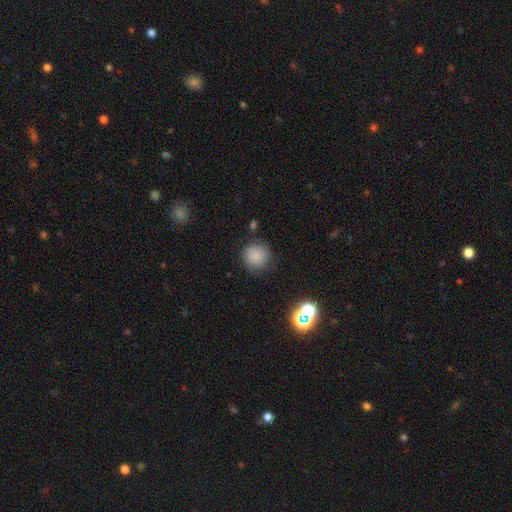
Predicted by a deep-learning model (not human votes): smooth_or_featured: smooth (p=0.83) [alt: star or artifact p=0.11]
how_rounded: round (p=0.92) [alt: in between p=0.07]
merging: none (p=0.80) [alt: minor disturbance p=0.13]